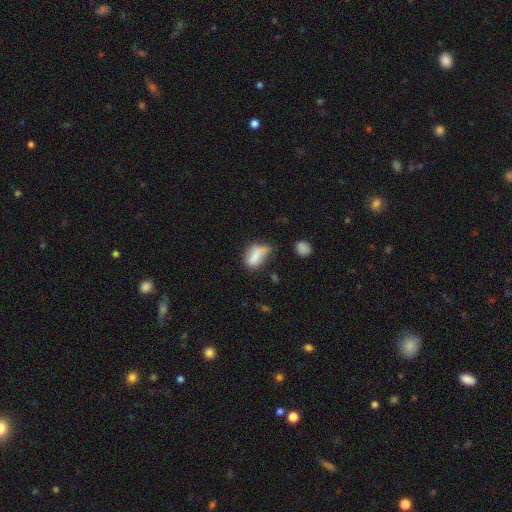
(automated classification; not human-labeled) smooth-or-featured: smooth: 73% | featured or disk: 18% | star or artifact: 9%
  how-rounded: in between: 80% | cigar-shaped: 12% | round: 8%
  merging: minor disturbance: 37% | none: 33% | major disturbance: 22% | merger: 8%